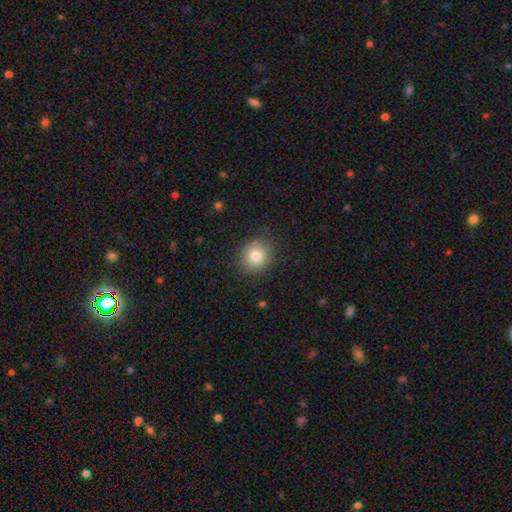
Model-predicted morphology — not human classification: This is clearly a smooth galaxy (81%). How rounded: likely round (78%). Merging: clearly none (85%).